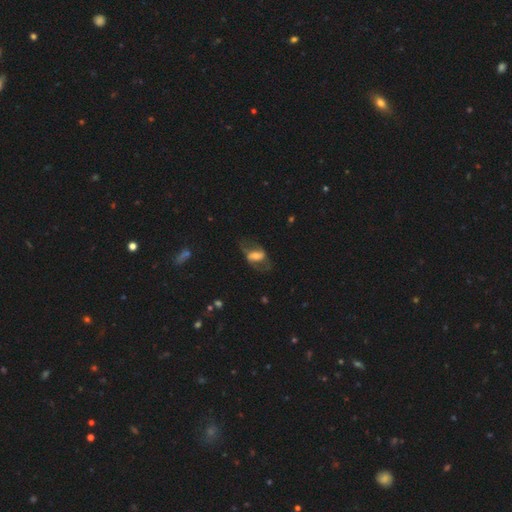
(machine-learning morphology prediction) This is likely a featured or disk galaxy (63%). It is clearly not viewed edge-on (92%). Bar: marginally strong (39%). Spiral arm pattern: likely yes (71%). Central bulge: possibly moderate (45%). Merging: possibly none (55%).